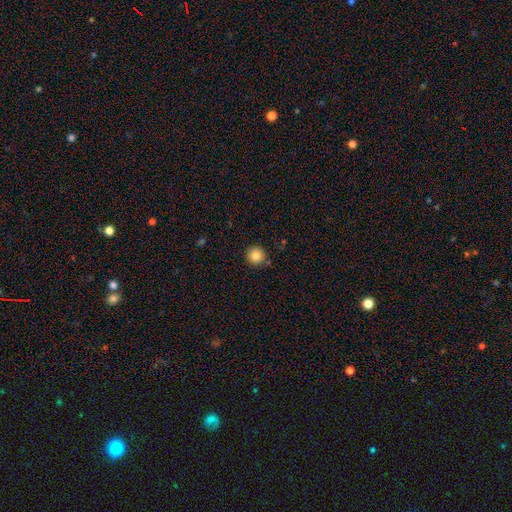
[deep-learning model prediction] smooth-or-featured: smooth: 84% | star or artifact: 10% | featured or disk: 6%
  how-rounded: round: 95% | in between: 4% | cigar-shaped: 1%
  merging: none: 88% | minor disturbance: 7% | merger: 3% | major disturbance: 2%